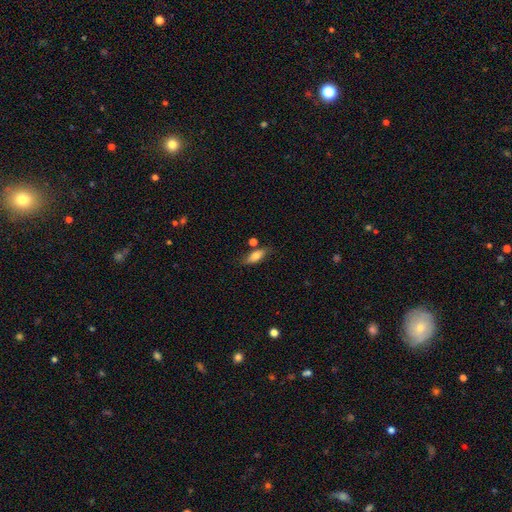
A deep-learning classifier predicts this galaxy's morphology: Smooth or featured? Predicted: smooth (p=0.73). How rounded? Predicted: in between (p=0.77). Merging? Predicted: none (p=0.69).